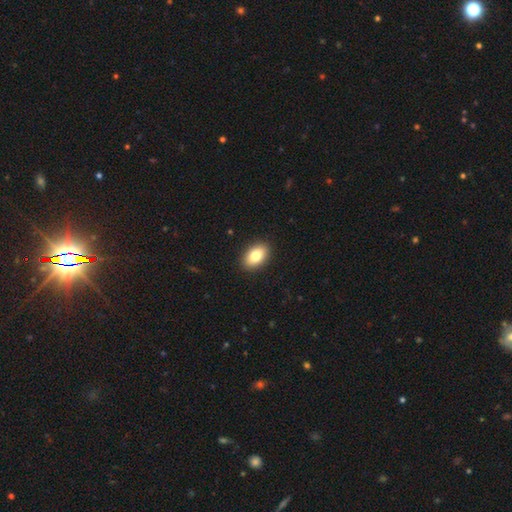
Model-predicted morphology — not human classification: smooth_or_featured: smooth (p=0.82) [alt: featured or disk p=0.10]
how_rounded: in between (p=0.90) [alt: round p=0.08]
merging: none (p=0.91) [alt: minor disturbance p=0.07]